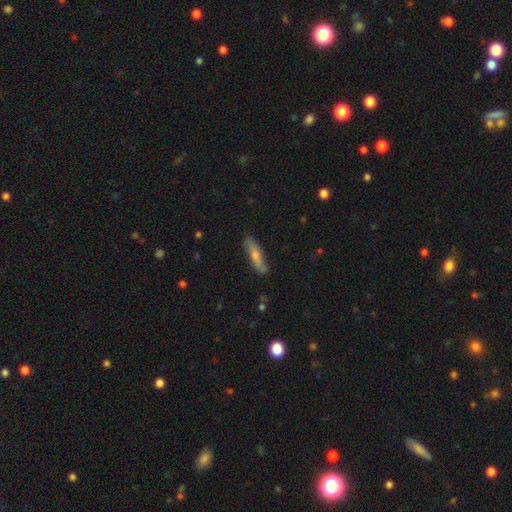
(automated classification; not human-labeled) This is likely a smooth galaxy (67%). How rounded: likely cigar-shaped (74%). Merging: likely none (78%).